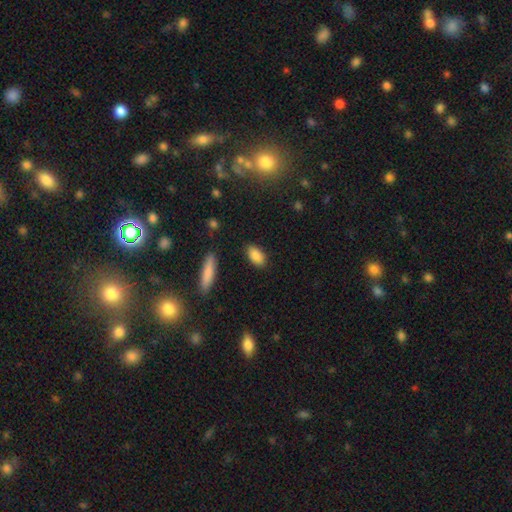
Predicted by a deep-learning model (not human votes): A smooth galaxy with no disk features (87%) that is in between round and cigar-shaped (90%).

Vote fractions:
- Smooth or featured? smooth: 87% / star or artifact: 7% / featured or disk: 6%
- How rounded? in between: 90% / cigar-shaped: 7% / round: 4%
- Merging? none: 86% / minor disturbance: 10% / major disturbance: 2% / merger: 2%